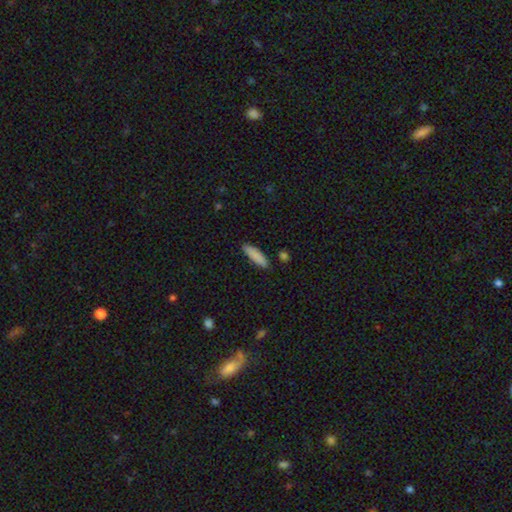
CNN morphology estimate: Smooth or featured?
  - smooth: 87% *
  - star or artifact: 7%
  - featured or disk: 6%
How rounded?
  - cigar-shaped: 59% *
  - in between: 39%
  - round: 2%
Merging?
  - none: 85% *
  - minor disturbance: 11%
  - major disturbance: 2%
  - merger: 2%